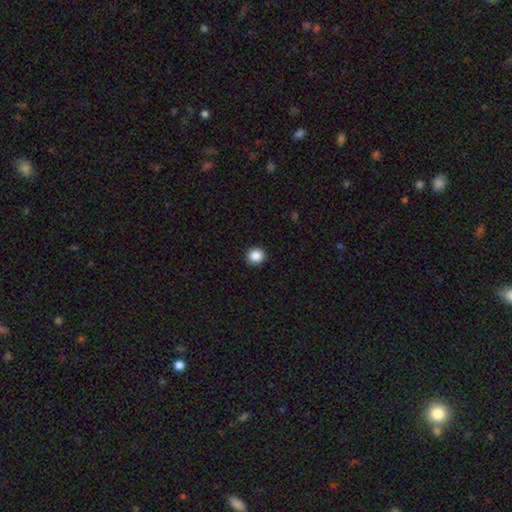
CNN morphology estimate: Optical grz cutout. It shows a smooth galaxy with no disk features (87%) that is round (92%). Merging: none (93%).